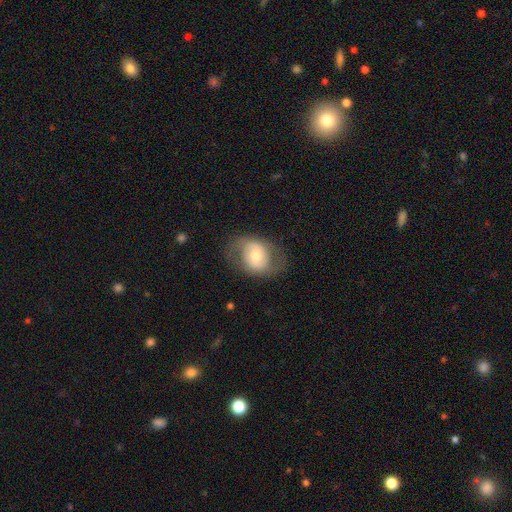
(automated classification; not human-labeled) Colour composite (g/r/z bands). It shows a featured or disk galaxy (52%). Merging: none (71%).